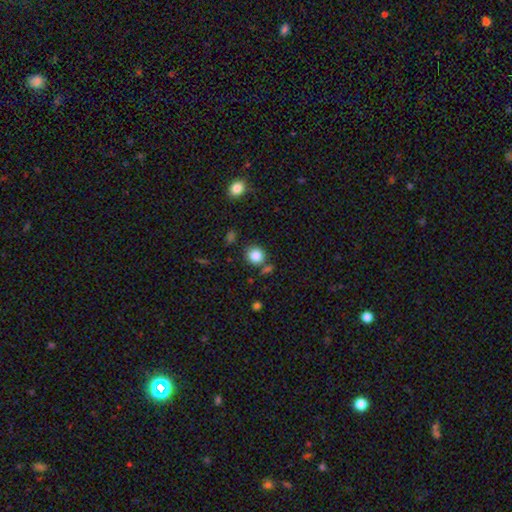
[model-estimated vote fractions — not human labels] A smooth galaxy with no disk features (85%) that is round (86%).

Vote fractions:
- Smooth or featured? smooth: 85% / star or artifact: 10% / featured or disk: 5%
- How rounded? round: 86% / in between: 14% / cigar-shaped: 1%
- Merging? none: 76% / minor disturbance: 11% / merger: 9% / major disturbance: 4%